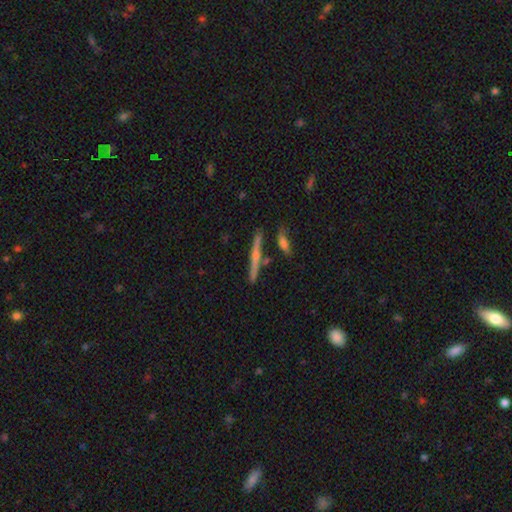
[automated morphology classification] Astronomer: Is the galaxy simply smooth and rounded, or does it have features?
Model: featured or disk — 55%.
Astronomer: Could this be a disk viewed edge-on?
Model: yes — 91%.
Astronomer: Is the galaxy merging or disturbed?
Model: none — 75%.